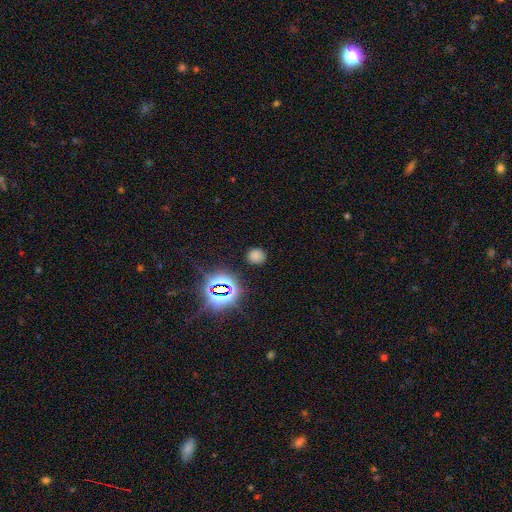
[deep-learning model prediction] Overall: smooth (67%; star or artifact 27%). How rounded: round (82%). Merging: none (85%).